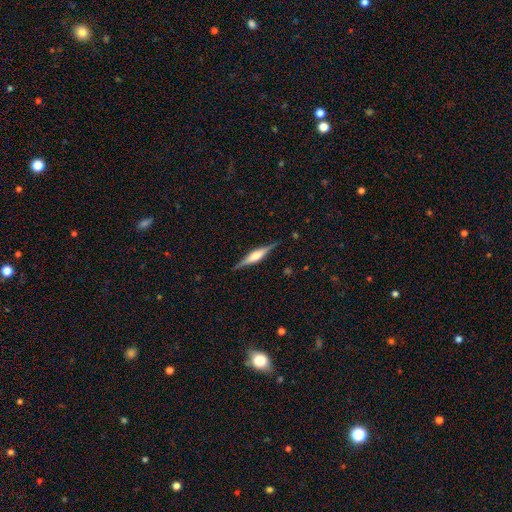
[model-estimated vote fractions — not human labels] A featured or disk galaxy (76%) viewed edge-on (98%) with a rounded central bulge (75%).

Vote fractions:
- Smooth or featured? featured or disk: 76% / smooth: 19% / star or artifact: 6%
- Edge-on disk? yes: 98% / no: 2%
- Edge-on bulge? rounded: 75% / boxy: 20% / none: 5%
- Merging? none: 89% / minor disturbance: 8% / major disturbance: 2% / merger: 1%